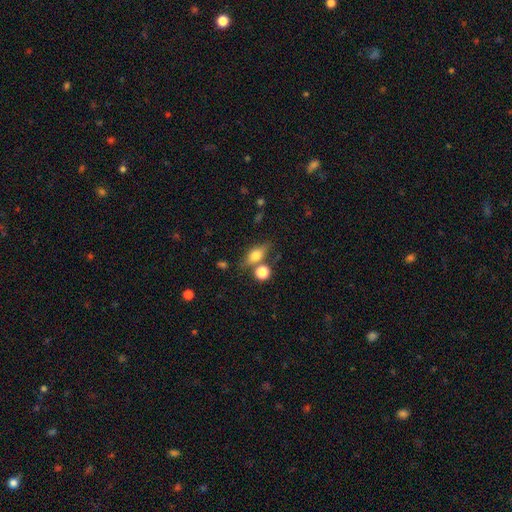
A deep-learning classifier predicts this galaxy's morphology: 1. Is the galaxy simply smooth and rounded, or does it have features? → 70% smooth, 20% featured or disk, 10% star or artifact.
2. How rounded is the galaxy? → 70% in between, 16% round, 13% cigar-shaped.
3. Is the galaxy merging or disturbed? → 65% none, 15% merger, 15% minor disturbance, 5% major disturbance.